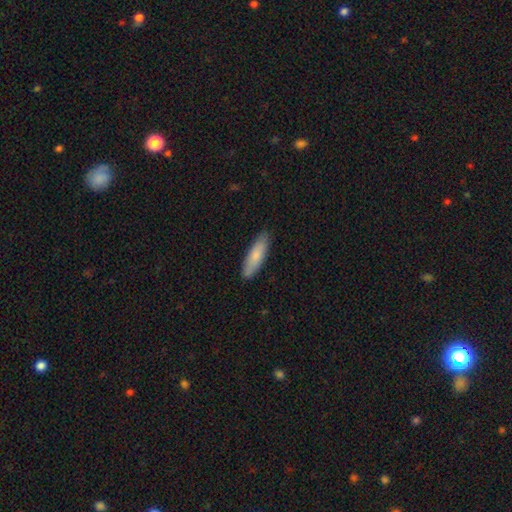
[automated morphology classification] smooth 81%, featured or disk 14%, star or artifact 5%. Down the decision tree: how rounded — cigar-shaped (58%); merging — none (87%).